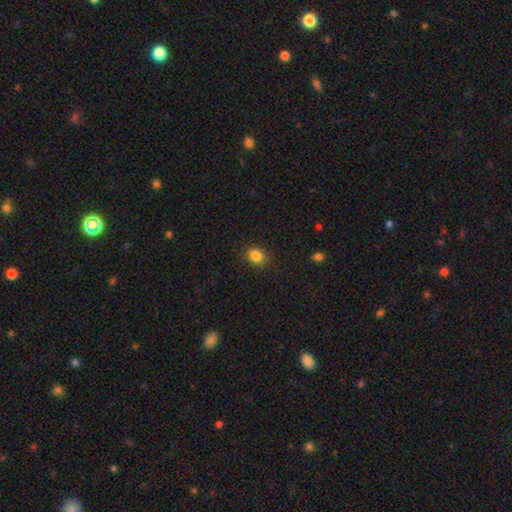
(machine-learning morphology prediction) This is clearly a smooth galaxy (85%). How rounded: possibly in between (58%). Merging: clearly none (86%).